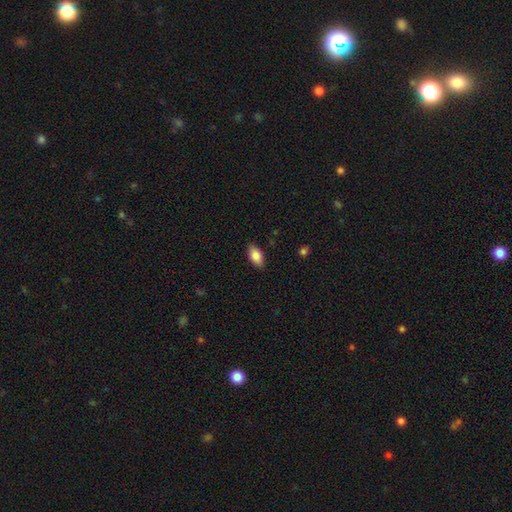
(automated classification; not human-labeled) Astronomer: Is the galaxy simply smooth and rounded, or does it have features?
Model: smooth — 86%.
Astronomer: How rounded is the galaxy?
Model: in between — 91%.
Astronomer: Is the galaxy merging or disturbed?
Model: none — 86%.